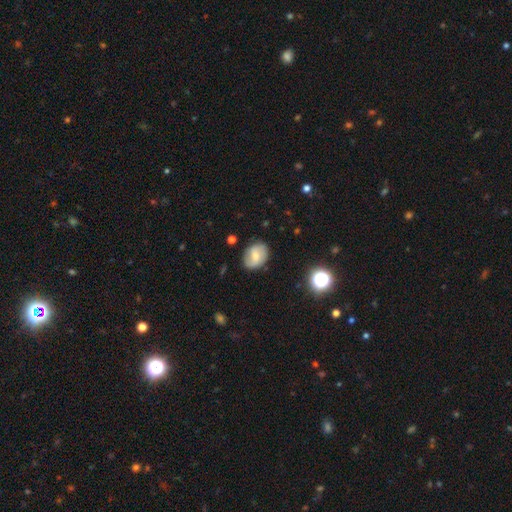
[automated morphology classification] This is possibly a smooth galaxy (51%). How rounded: possibly in between (60%). Merging: likely none (79%).